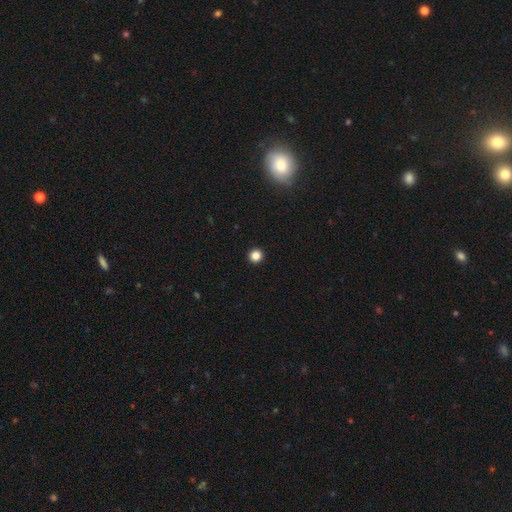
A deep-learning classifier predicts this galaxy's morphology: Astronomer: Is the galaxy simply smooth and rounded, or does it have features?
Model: smooth — 85%.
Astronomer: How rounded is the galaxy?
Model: round — 95%.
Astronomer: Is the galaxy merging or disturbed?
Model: none — 94%.